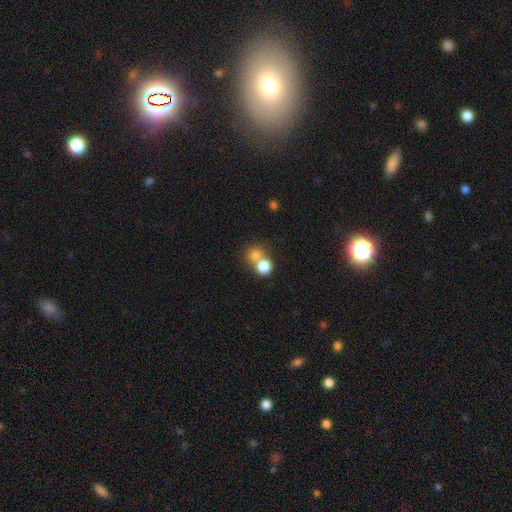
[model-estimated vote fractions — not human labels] A smooth galaxy with no disk features (77%) that is round (82%). Merging: merger (50%).